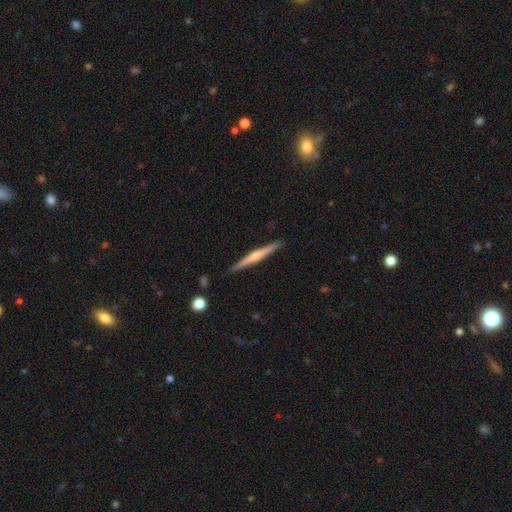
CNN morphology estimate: smooth_or_featured: featured or disk (p=0.61) [alt: smooth p=0.33]
disk_edge_on: yes (p=0.98) [alt: no p=0.02]
edge_on_bulge: rounded (p=0.66) [alt: none p=0.25]
merging: none (p=0.90) [alt: minor disturbance p=0.07]